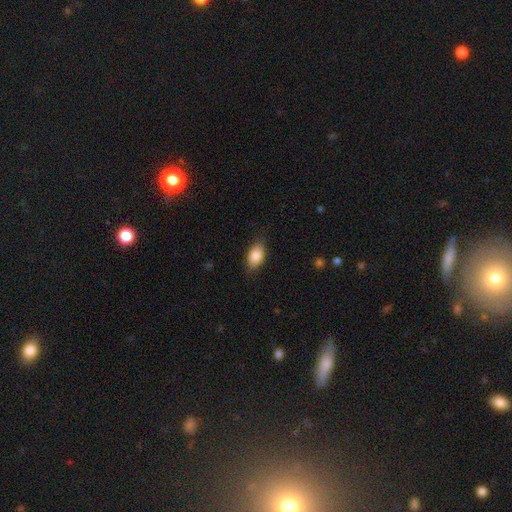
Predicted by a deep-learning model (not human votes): Morphology: type=smooth (86%); roundness=in between (91%); merging=none (83%).